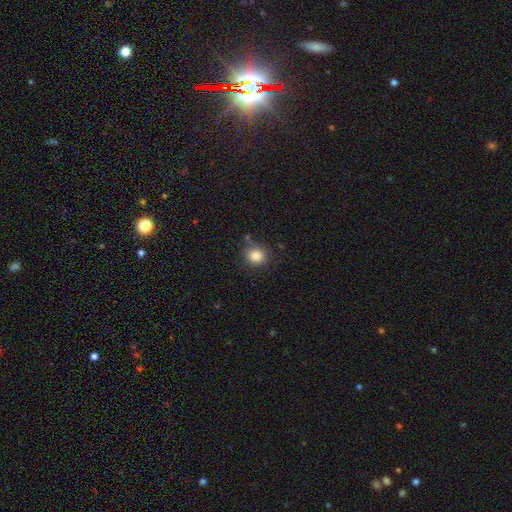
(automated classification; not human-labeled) This is clearly a smooth galaxy (85%). How rounded: likely round (80%). Merging: likely none (76%).